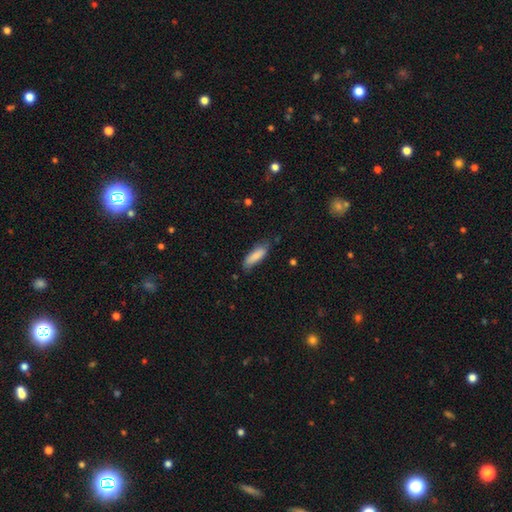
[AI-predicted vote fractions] Morphology: type=smooth (84%); roundness=in between (54%); merging=none (67%).